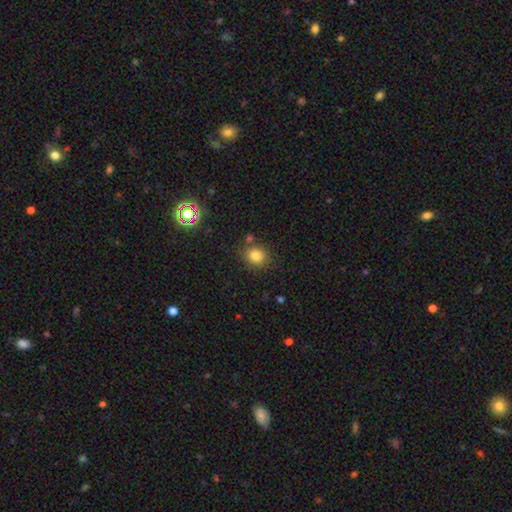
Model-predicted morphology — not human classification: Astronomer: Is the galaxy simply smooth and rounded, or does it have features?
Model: smooth — 81%.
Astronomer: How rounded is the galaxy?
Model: round — 77%.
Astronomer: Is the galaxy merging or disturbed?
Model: none — 78%.